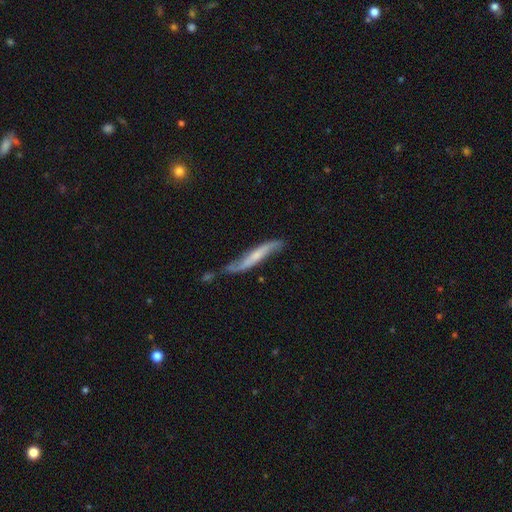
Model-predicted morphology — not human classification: Smooth or featured?
  - featured or disk: 67% *
  - smooth: 27%
  - star or artifact: 6%
Edge-on disk?
  - no: 53% *
  - yes: 47%
Merging?
  - none: 51% *
  - minor disturbance: 29%
  - major disturbance: 11%
  - merger: 9%